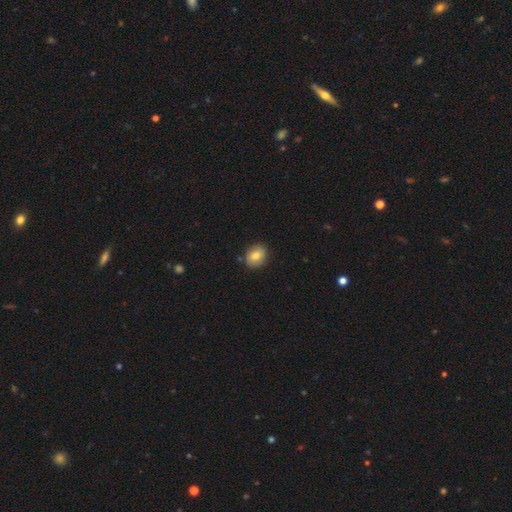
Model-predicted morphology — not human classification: This is likely a smooth galaxy (79%). How rounded: possibly in between (56%). Merging: clearly none (85%).